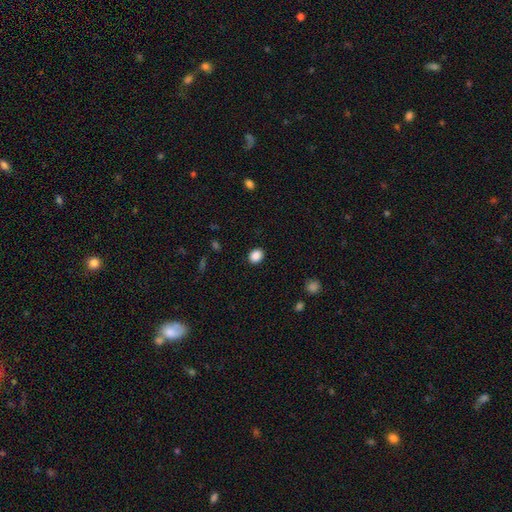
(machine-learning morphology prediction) Q: Smooth or featured?
A: smooth (88%); runner-up: star or artifact (9%)
Q: How rounded?
A: round (54%); runner-up: in between (45%)
Q: Merging?
A: none (90%); runner-up: minor disturbance (7%)